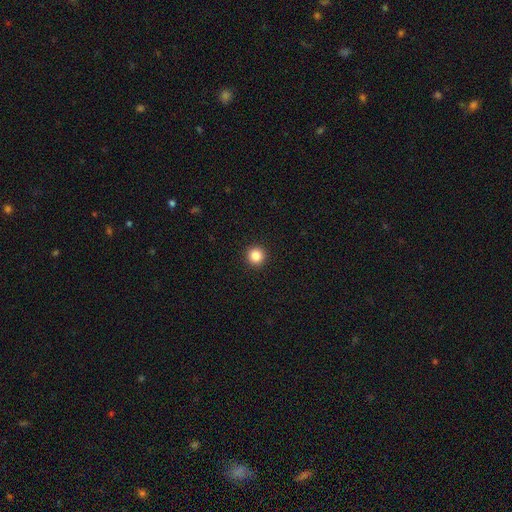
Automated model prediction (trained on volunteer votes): Smooth or featured? smooth (85%)
How rounded? round (96%)
Merging? none (94%)